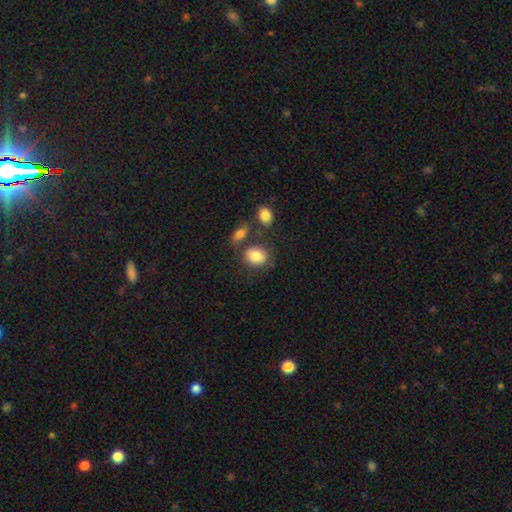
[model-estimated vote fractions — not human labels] Q: Smooth or featured?
A: smooth (83%); runner-up: featured or disk (9%)
Q: How rounded?
A: round (50%); runner-up: in between (48%)
Q: Merging?
A: none (62%); runner-up: merger (17%)